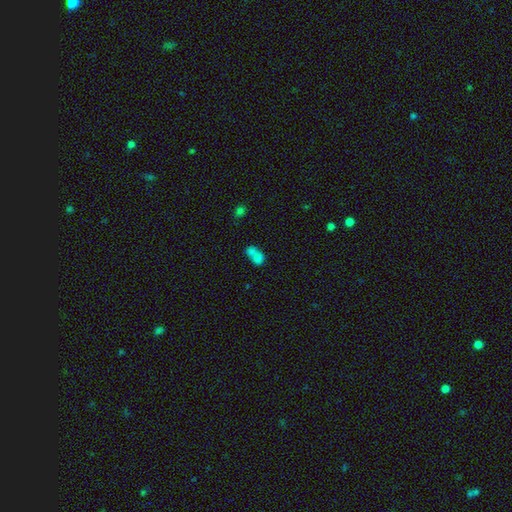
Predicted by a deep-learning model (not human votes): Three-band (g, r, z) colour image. It shows a smooth galaxy with no disk features (72%) that is in between round and cigar-shaped (65%). Merging: merger (68%).